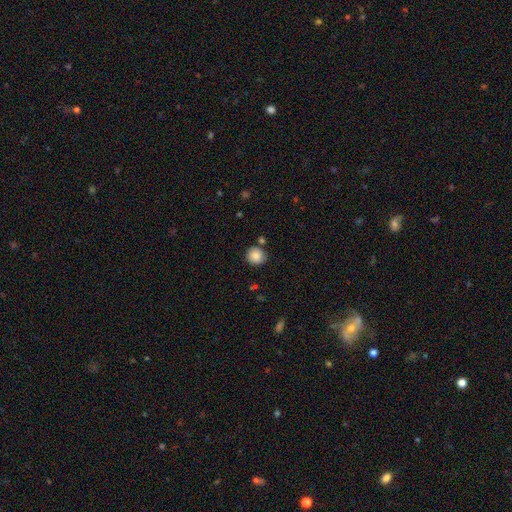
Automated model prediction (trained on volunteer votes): smooth-or-featured: smooth: 86% | star or artifact: 9% | featured or disk: 5%
  how-rounded: round: 92% | in between: 7% | cigar-shaped: 1%
  merging: none: 81% | minor disturbance: 10% | merger: 6% | major disturbance: 3%